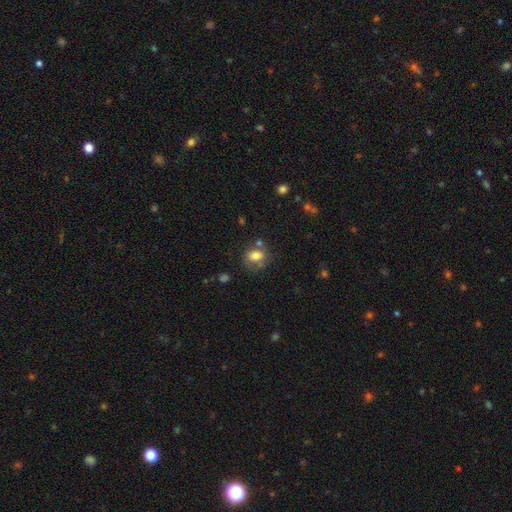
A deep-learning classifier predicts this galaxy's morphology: Overall: smooth (75%). How rounded: in between (67%; round 31%). Merging: none (53%; minor disturbance 22%).